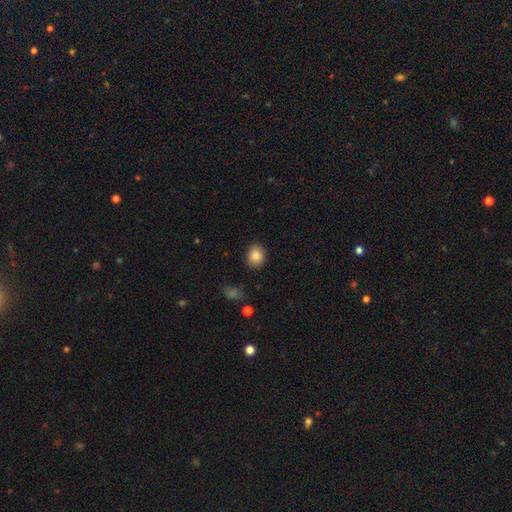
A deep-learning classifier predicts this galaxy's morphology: smooth_or_featured: smooth (p=0.86) [alt: star or artifact p=0.09]
how_rounded: round (p=0.51) [alt: in between p=0.48]
merging: none (p=0.87) [alt: minor disturbance p=0.09]